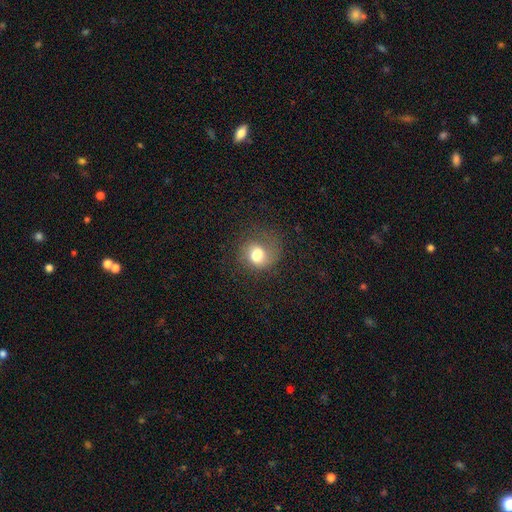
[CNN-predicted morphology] A smooth galaxy with no disk features (65%) that is round (68%).

Vote fractions:
- Smooth or featured? smooth: 65% / featured or disk: 24% / star or artifact: 11%
- How rounded? round: 68% / in between: 31% / cigar-shaped: 1%
- Merging? none: 48% / major disturbance: 25% / minor disturbance: 24% / merger: 2%